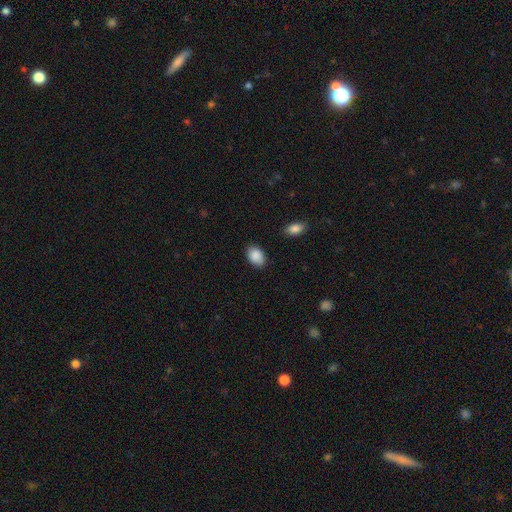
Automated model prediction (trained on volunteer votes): Morphology: type=smooth (89%); roundness=in between (86%); merging=none (84%).